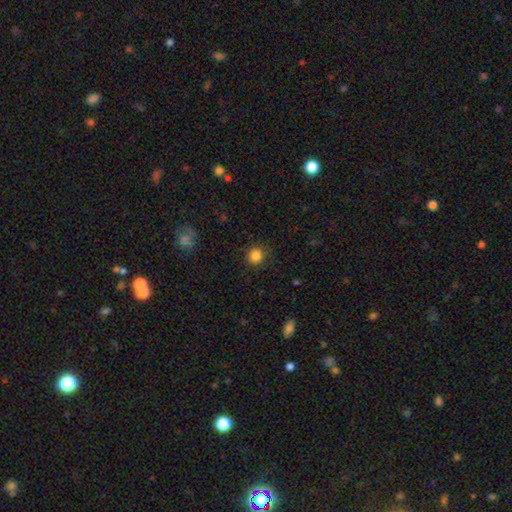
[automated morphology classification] This appears to be a smooth galaxy with no disk features (85%) that is round (91%). Merging: none (89%).